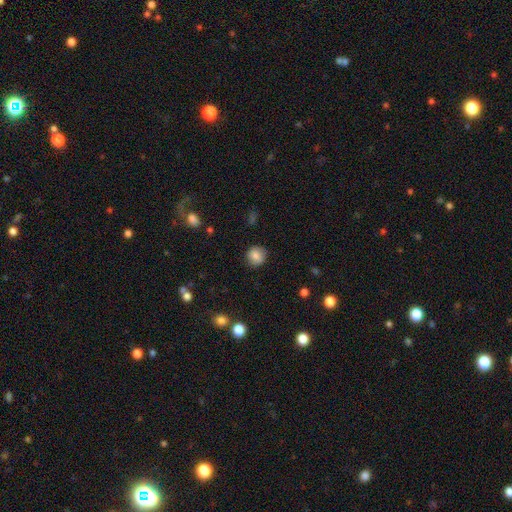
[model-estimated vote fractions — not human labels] Smooth or featured? smooth (83%)
How rounded? round (90%)
Merging? none (88%)